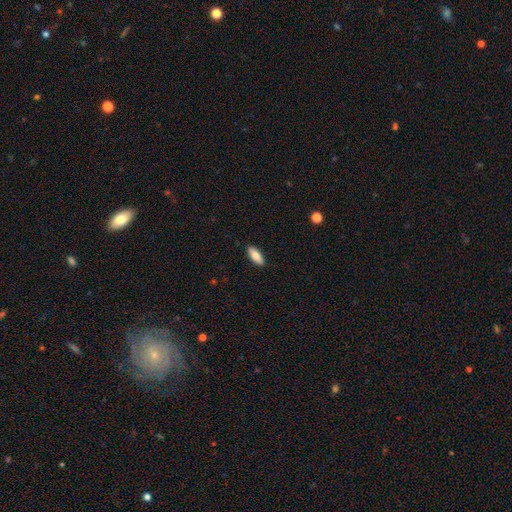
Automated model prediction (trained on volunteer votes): Q: Smooth or featured?
A: smooth (80%); runner-up: featured or disk (14%)
Q: How rounded?
A: in between (76%); runner-up: cigar-shaped (22%)
Q: Merging?
A: none (90%); runner-up: minor disturbance (7%)